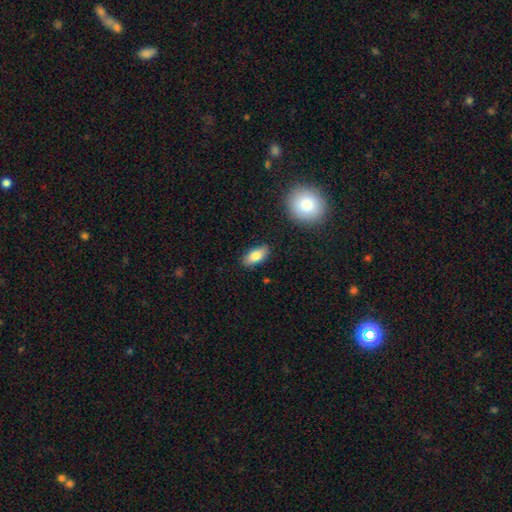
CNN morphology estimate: The model was most divided on "smooth or featured": smooth: 79%, featured or disk: 14%, star or artifact: 8%. More confident: how rounded — in between (88%); merging — none (85%).